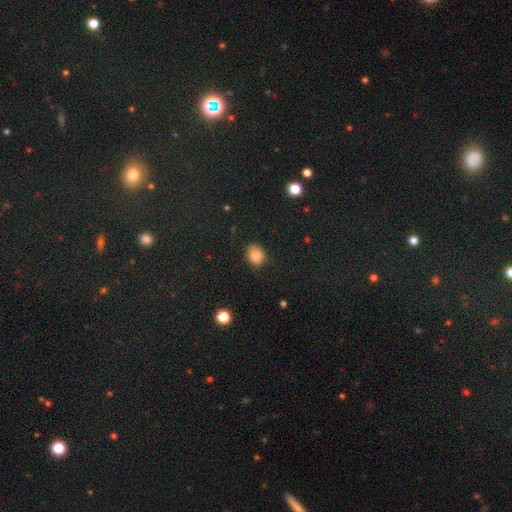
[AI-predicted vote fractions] A smooth galaxy with no disk features (85%) that is round (53%). Merging: none (80%).